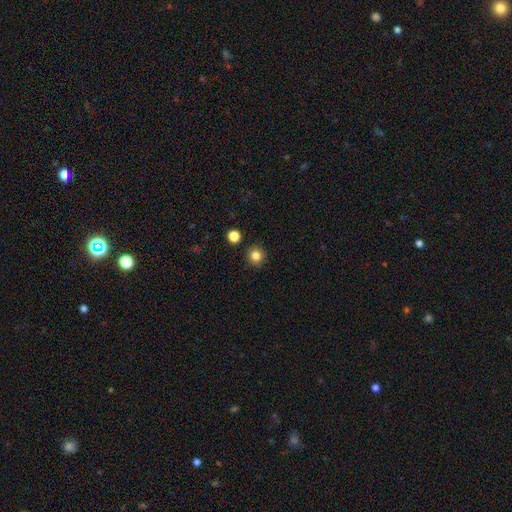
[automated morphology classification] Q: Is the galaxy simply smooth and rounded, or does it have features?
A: smooth — 83%.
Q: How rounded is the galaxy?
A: round — 93%.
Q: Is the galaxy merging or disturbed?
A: none — 91%.